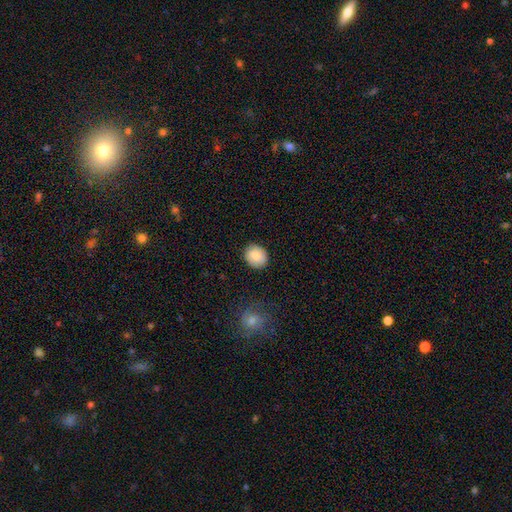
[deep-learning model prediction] smooth 81%, featured or disk 11%, star or artifact 7%. Down the decision tree: how rounded — round (69%); merging — none (87%).